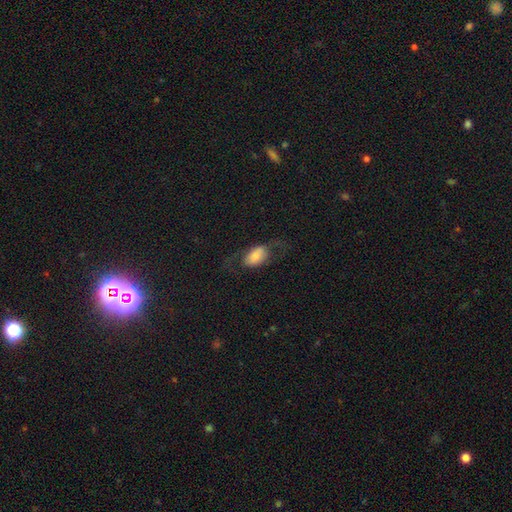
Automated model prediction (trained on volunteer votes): The model was most divided on "smooth or featured": smooth: 58%, featured or disk: 35%, star or artifact: 8%. More confident: how rounded — in between (89%); merging — none (54%).